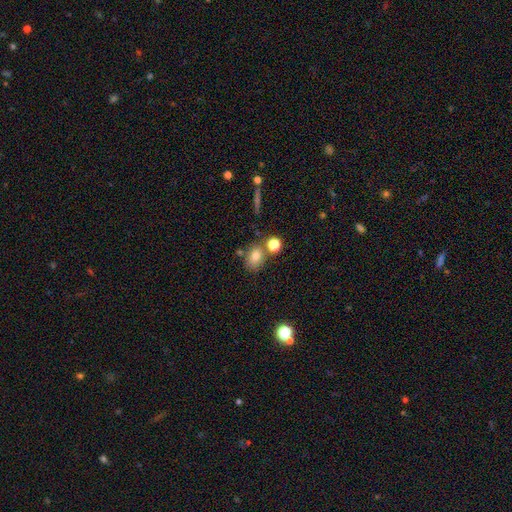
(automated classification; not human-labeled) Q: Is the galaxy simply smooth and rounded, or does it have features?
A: smooth — 77%.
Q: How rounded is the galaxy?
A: in between — 62%.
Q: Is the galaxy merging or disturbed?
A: none — 63%.